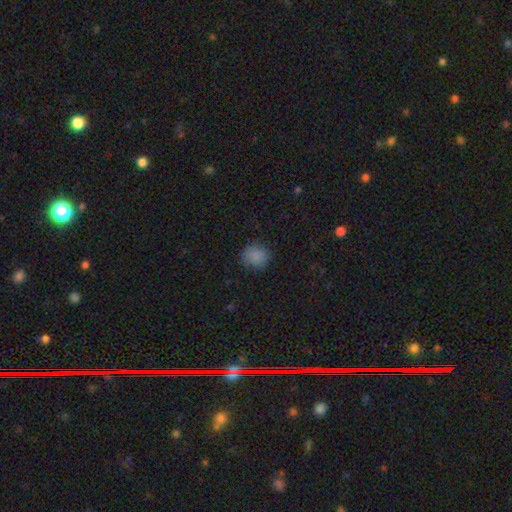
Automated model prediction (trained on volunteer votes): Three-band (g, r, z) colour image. It shows a smooth galaxy with no disk features (83%) that is round (83%). Merging: none (82%).